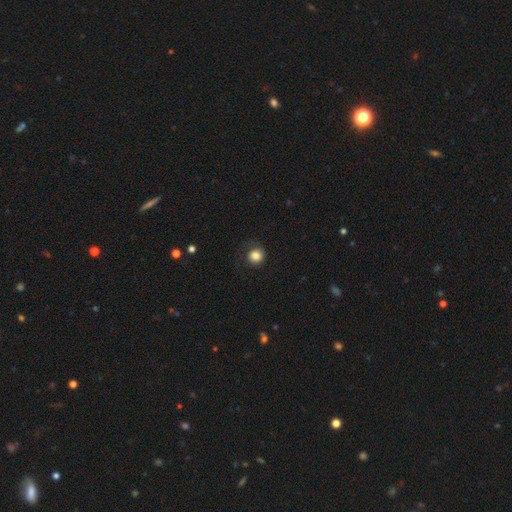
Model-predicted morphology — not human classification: type=smooth (83%); roundness=round (88%); merging=none (74%).